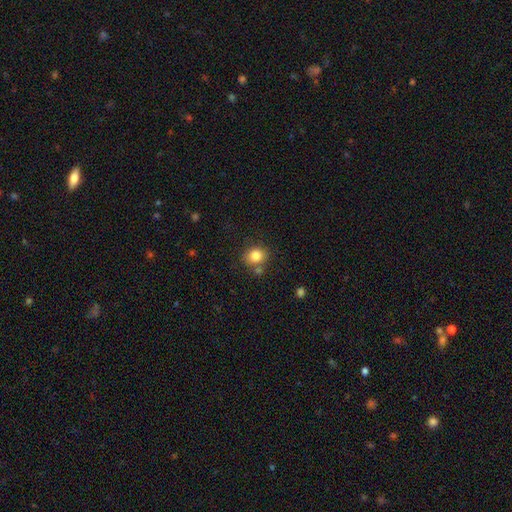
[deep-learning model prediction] smooth 81%, star or artifact 11%, featured or disk 8%. Down the decision tree: how rounded — round (77%); merging — none (72%).